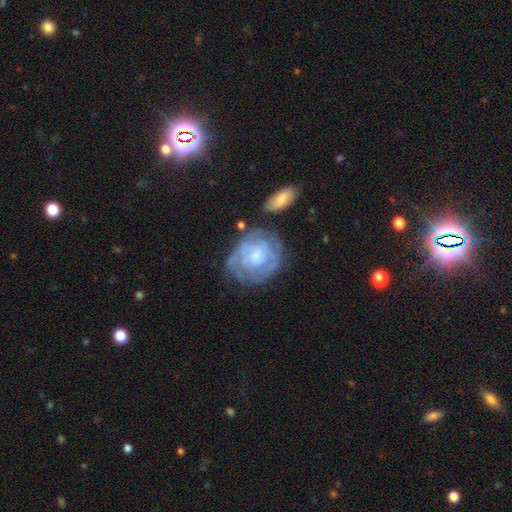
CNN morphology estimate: Smooth or featured?
  - featured or disk: 72% *
  - smooth: 21%
  - star or artifact: 7%
Edge-on disk?
  - no: 97% *
  - yes: 3%
Bar?
  - no: 68% *
  - weak: 27%
  - strong: 5%
Spiral arms?
  - yes: 79% *
  - no: 21%
Spiral winding?
  - tight: 64% *
  - medium: 26%
  - loose: 10%
Spiral arm count?
  - can't tell: 52% *
  - 2: 18%
  - 3: 13%
  - 4: 7%
  - 1: 5%
  - more than 4: 4%
Bulge size?
  - small: 37% *
  - moderate: 32%
  - none: 20%
  - large: 9%
  - dominant: 2%
Merging?
  - none: 59% *
  - minor disturbance: 22%
  - major disturbance: 12%
  - merger: 7%